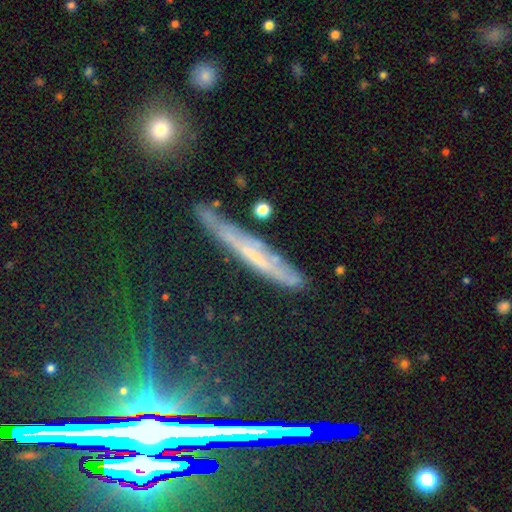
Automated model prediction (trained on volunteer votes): A featured or disk galaxy (57%) viewed edge-on (79%).

Vote fractions:
- Smooth or featured? featured or disk: 57% / smooth: 31% / star or artifact: 12%
- Edge-on disk? yes: 79% / no: 21%
- Merging? none: 66% / minor disturbance: 24% / major disturbance: 6% / merger: 4%